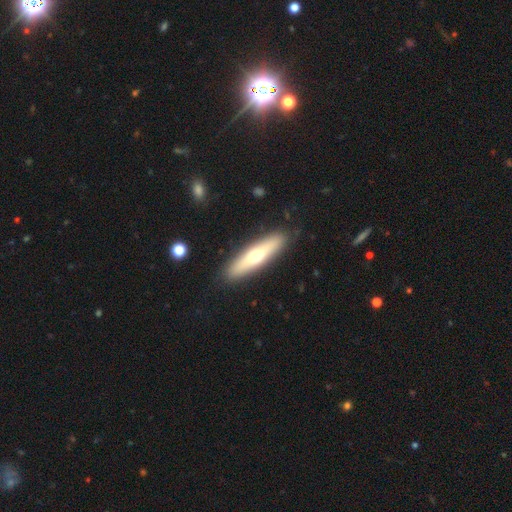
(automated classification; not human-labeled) Morphology: type=smooth (53%); roundness=cigar-shaped (72%); merging=none (89%).